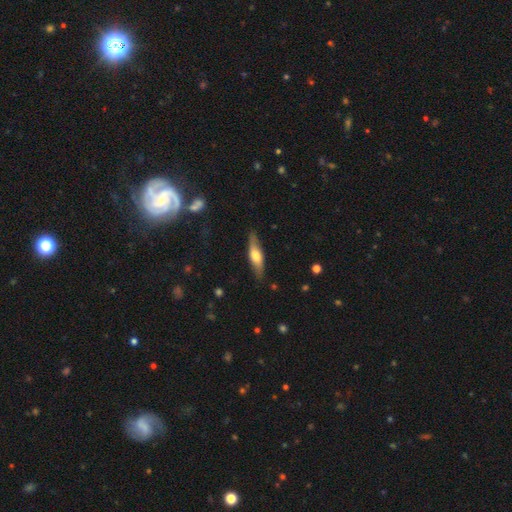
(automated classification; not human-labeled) This appears to be a smooth galaxy with no disk features (52%) that is cigar-shaped (64%). Merging: none (82%).